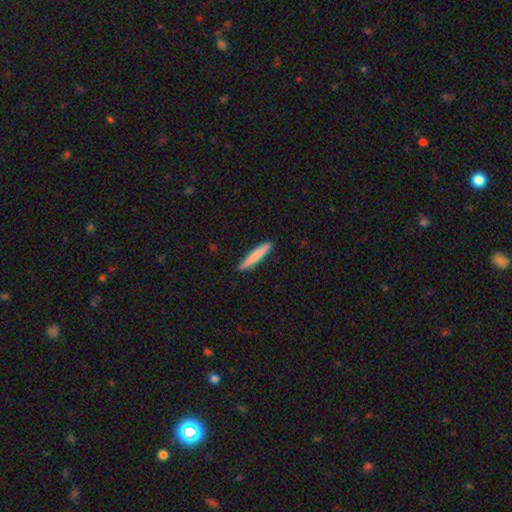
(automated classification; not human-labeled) Smooth or featured? Predicted: smooth (p=0.76). How rounded? Predicted: cigar-shaped (p=0.94). Merging? Predicted: none (p=0.88).